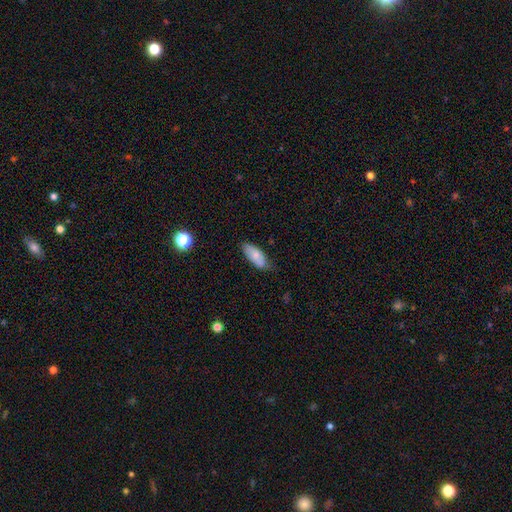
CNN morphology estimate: smooth 75%, featured or disk 18%, star or artifact 6%. Down the decision tree: how rounded — in between (85%); merging — none (71%).